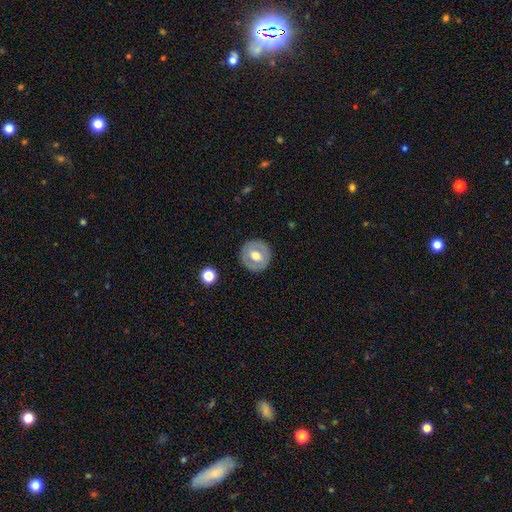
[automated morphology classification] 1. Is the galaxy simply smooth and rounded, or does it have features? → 47% featured or disk (tied), 47% smooth (tied), 6% star or artifact.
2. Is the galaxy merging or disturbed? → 87% none, 9% minor disturbance, 3% major disturbance, 1% merger.